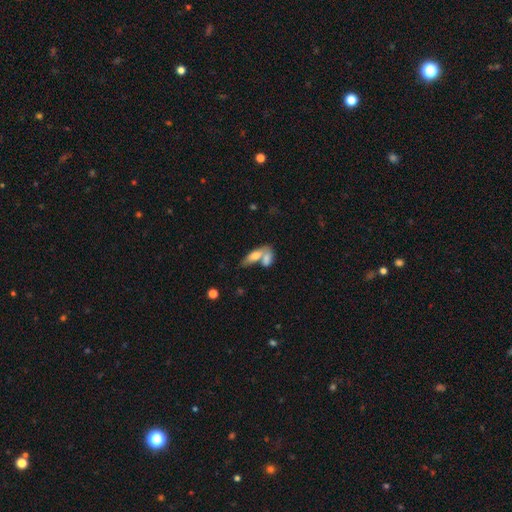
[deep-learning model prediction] A smooth galaxy with no disk features (71%) that is in between round and cigar-shaped (75%). Merging: merger (59%).